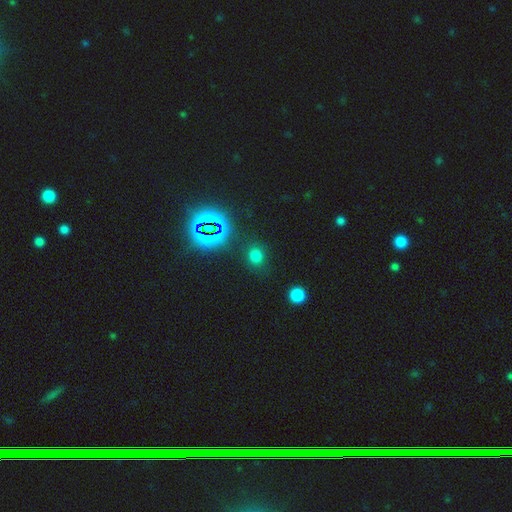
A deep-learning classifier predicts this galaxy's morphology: smooth 68%, star or artifact 26%, featured or disk 6%. Down the decision tree: how rounded — round (74%); merging — none (83%).